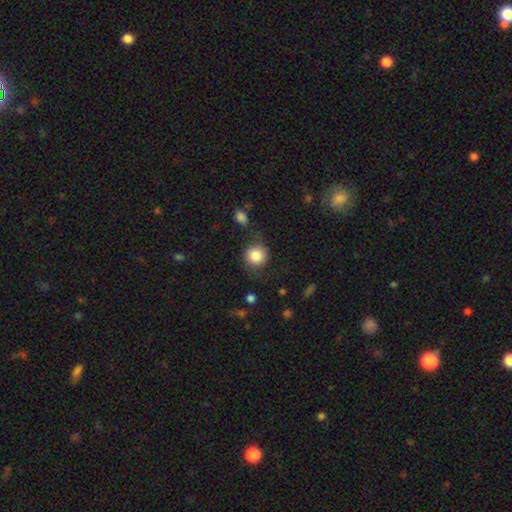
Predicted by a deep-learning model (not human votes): Smooth or featured? Predicted: smooth (p=0.83). How rounded? Predicted: round (p=0.89). Merging? Predicted: none (p=0.70).